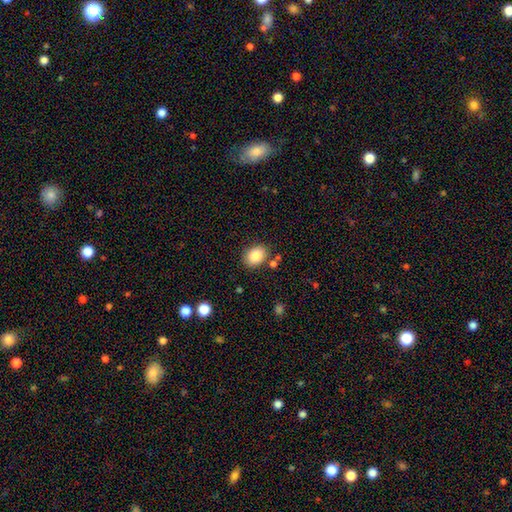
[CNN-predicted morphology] smooth 87%, star or artifact 8%, featured or disk 6%. Down the decision tree: how rounded — in between (67%); merging — none (82%).